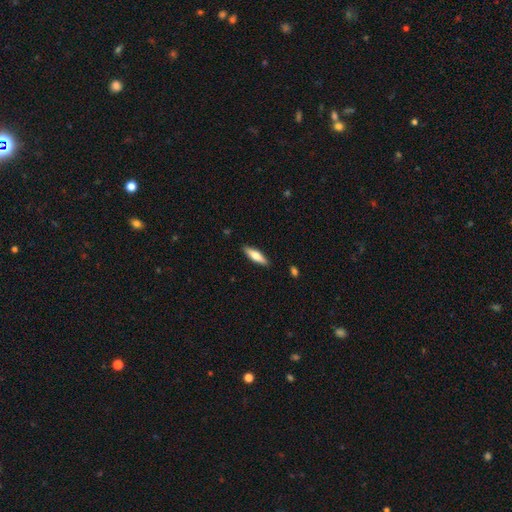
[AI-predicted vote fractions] Smooth or featured? smooth (60%)
How rounded? cigar-shaped (64%)
Merging? none (89%)